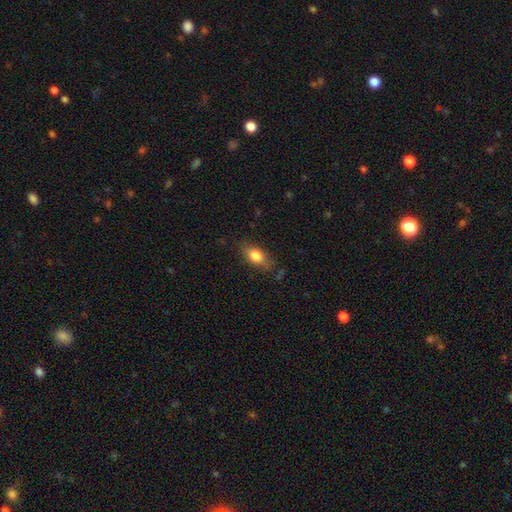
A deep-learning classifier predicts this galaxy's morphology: Smooth or featured? smooth (83%)
How rounded? in between (85%)
Merging? none (74%)